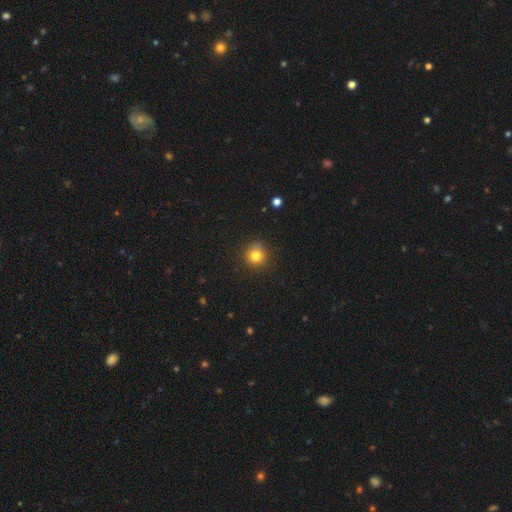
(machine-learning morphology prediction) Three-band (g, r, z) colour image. It shows a smooth galaxy with no disk features (79%) that is round (92%). Merging: none (85%).